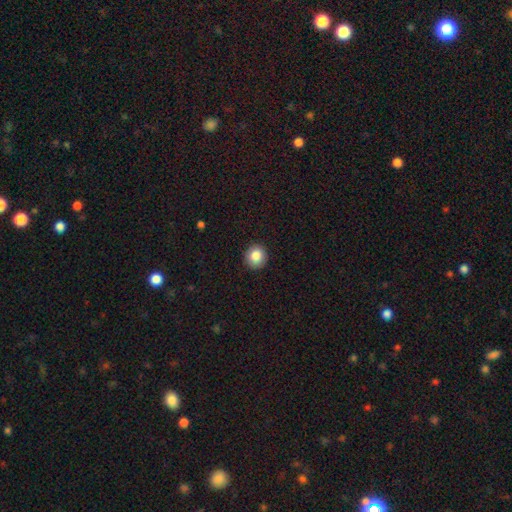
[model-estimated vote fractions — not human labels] A smooth galaxy with no disk features (85%) that is round (88%).

Vote fractions:
- Smooth or featured? smooth: 85% / star or artifact: 9% / featured or disk: 6%
- How rounded? round: 88% / in between: 11% / cigar-shaped: 1%
- Merging? none: 91% / minor disturbance: 6% / major disturbance: 2% / merger: 1%